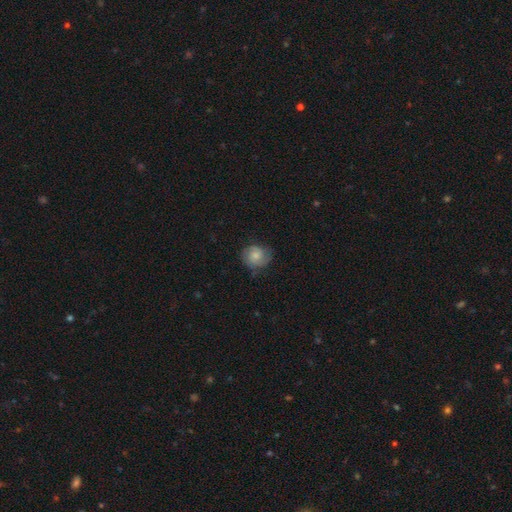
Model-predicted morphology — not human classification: Smooth or featured: featured or disk — 54% (smooth — 38%)
Edge-on disk: no — 98% (yes — 2%)
Bar: no — 69% (weak — 27%)
Spiral arms: yes — 91% (no — 9%)
Bulge size: small — 39% (tied with moderate — 39%)
Merging: none — 73% (minor disturbance — 19%)